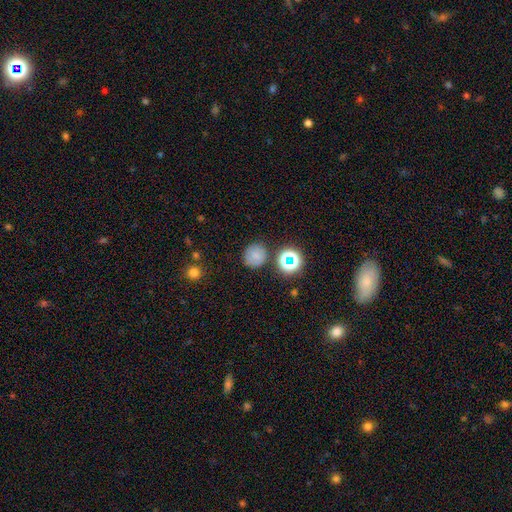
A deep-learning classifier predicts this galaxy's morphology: The model was most divided on "smooth or featured": smooth: 72%, star or artifact: 17%, featured or disk: 11%. More confident: how rounded — round (86%); merging — none (80%).